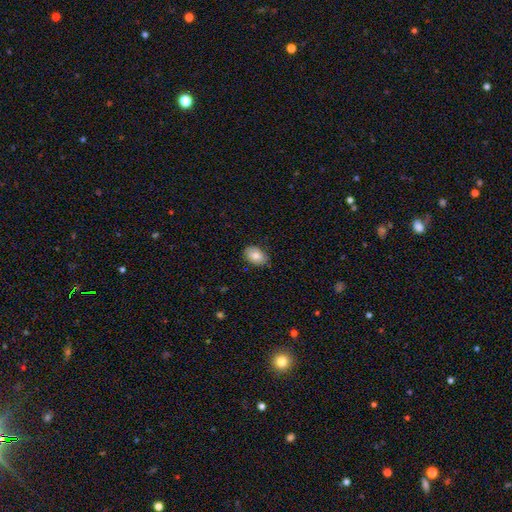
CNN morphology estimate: type=smooth (82%); roundness=in between (86%); merging=none (82%).